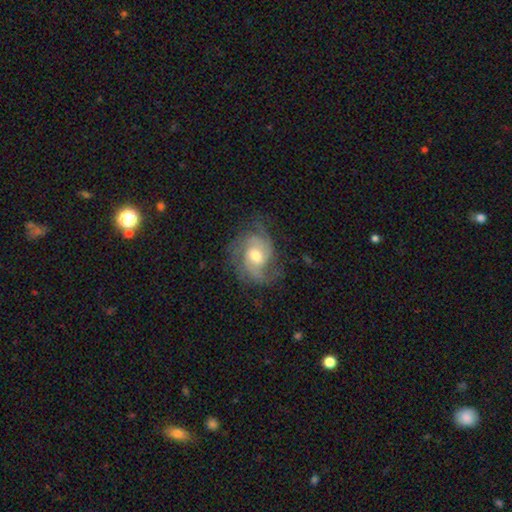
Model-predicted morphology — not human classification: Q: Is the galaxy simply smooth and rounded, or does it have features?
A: featured or disk — 84%.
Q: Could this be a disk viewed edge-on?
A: no — 97%.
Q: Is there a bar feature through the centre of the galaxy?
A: no — 54%.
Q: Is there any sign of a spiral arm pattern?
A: yes — 96%.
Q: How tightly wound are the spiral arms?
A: medium — 47%.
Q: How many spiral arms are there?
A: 3 — 34%.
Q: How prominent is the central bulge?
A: moderate — 67%.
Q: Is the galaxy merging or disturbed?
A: none — 66%.